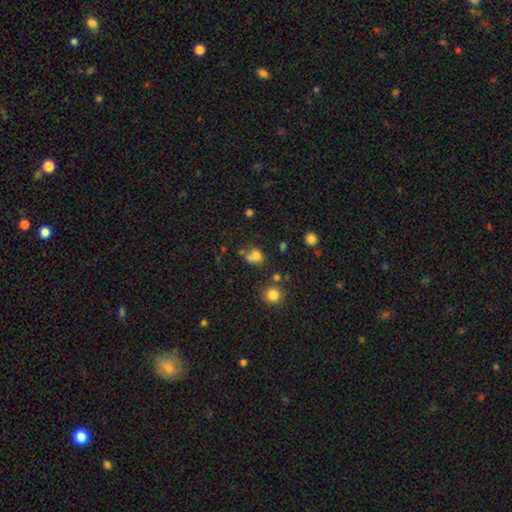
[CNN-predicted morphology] This is likely a smooth galaxy (73%). How rounded: likely round (67%). Merging: marginally none (42%).